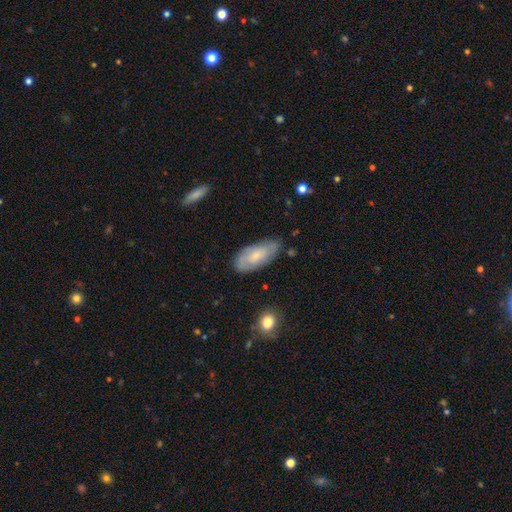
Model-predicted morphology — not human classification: smooth-or-featured: smooth: 51% | featured or disk: 43% | star or artifact: 7%
  how-rounded: in between: 88% | cigar-shaped: 9% | round: 3%
  merging: none: 72% | minor disturbance: 22% | major disturbance: 4% | merger: 2%